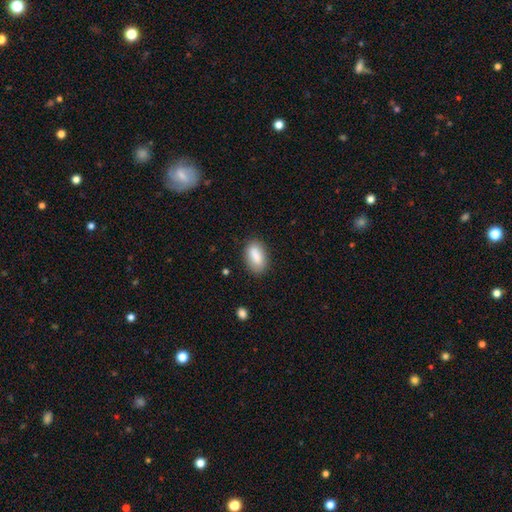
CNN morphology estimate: smooth 84%, featured or disk 8%, star or artifact 7%. Down the decision tree: how rounded — in between (89%); merging — none (81%).